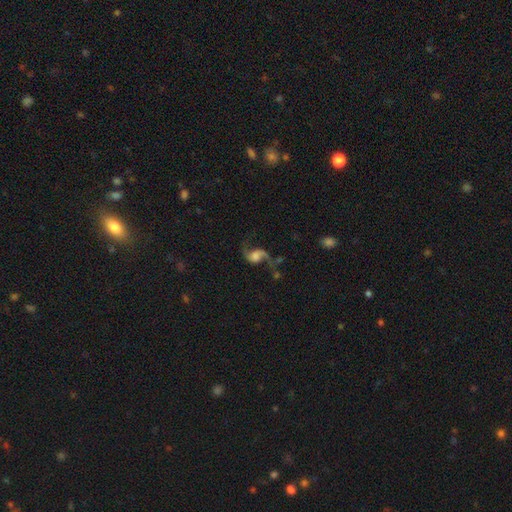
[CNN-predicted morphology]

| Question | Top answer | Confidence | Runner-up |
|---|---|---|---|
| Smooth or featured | featured or disk | 81% | smooth (10%) |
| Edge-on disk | no | 97% | yes (3%) |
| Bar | no | 59% | weak (32%) |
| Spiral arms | yes | 95% | no (5%) |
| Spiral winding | loose | 83% | medium (14%) |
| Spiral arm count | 2 | 90% | 1 (5%) |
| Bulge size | large | 28% | moderate (26%) |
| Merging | none | 58% | major disturbance (18%) |